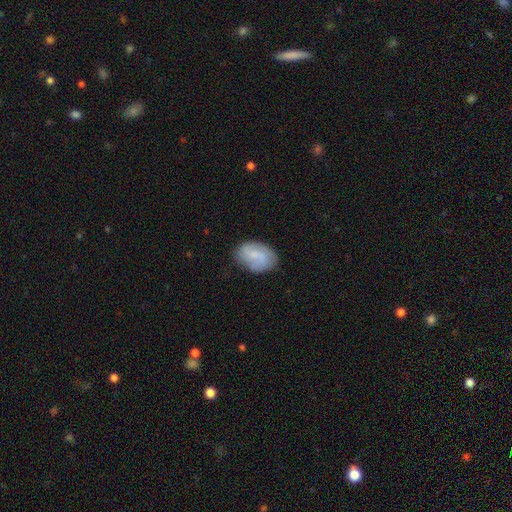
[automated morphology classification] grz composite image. It shows a smooth galaxy with no disk features (57%) that is in between round and cigar-shaped (84%). Merging: none (73%).